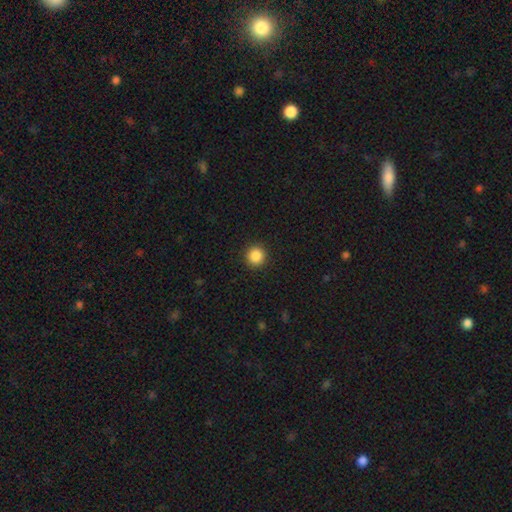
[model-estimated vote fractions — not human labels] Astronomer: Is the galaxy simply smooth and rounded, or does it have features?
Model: smooth — 87%.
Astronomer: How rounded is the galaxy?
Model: round — 94%.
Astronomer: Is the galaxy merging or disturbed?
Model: none — 92%.